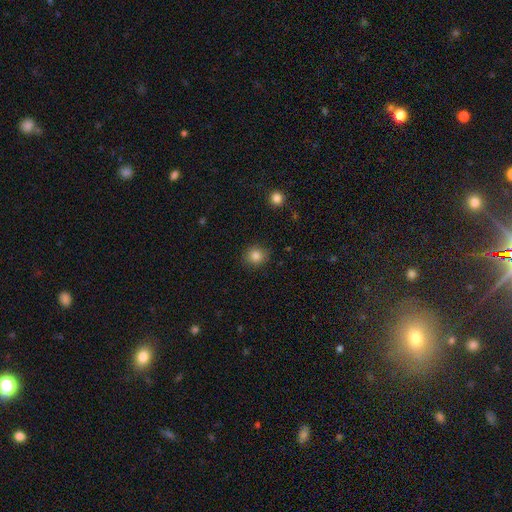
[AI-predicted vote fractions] This is clearly a smooth galaxy (84%). How rounded: clearly round (83%). Merging: clearly none (89%).